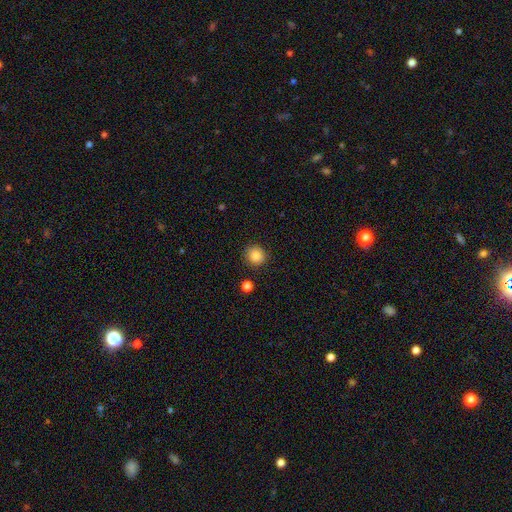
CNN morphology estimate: The model was most divided on "smooth or featured": smooth: 86%, star or artifact: 10%, featured or disk: 4%. More confident: how rounded — round (89%); merging — none (89%).